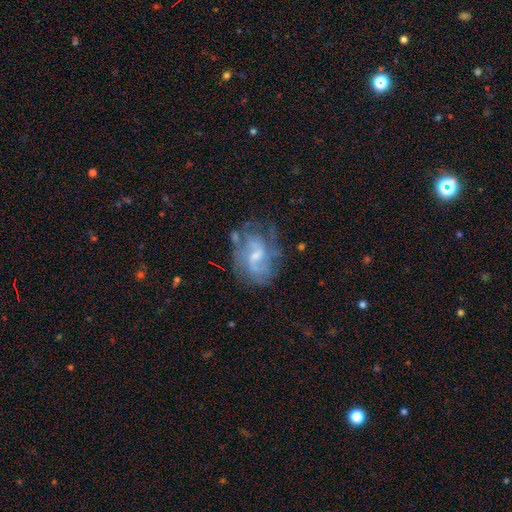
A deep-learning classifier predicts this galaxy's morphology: A featured or disk galaxy (74%) with a weak bar (54%), 2 (41%) medium (42%) spiral arms (77%) and a small central bulge (48%). Merging: none (54%).